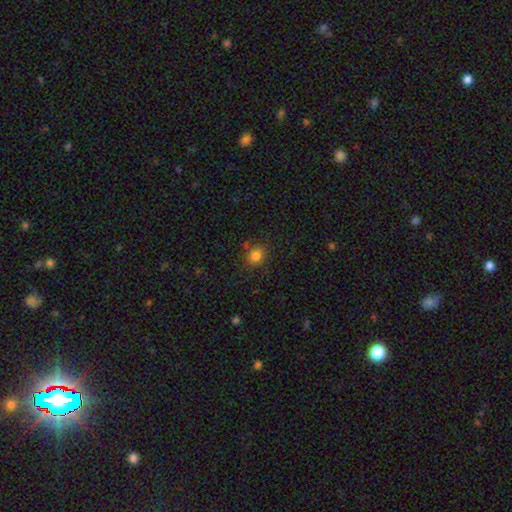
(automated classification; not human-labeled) smooth 82%, star or artifact 12%, featured or disk 6%. Down the decision tree: how rounded — round (64%); merging — none (78%).